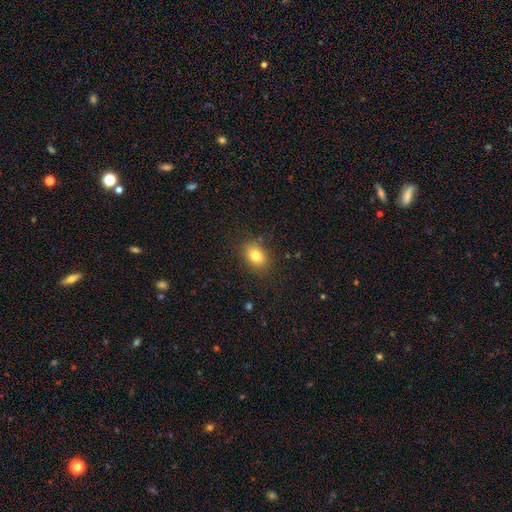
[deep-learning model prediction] Smooth or featured?
  - smooth: 81% *
  - star or artifact: 10%
  - featured or disk: 9%
How rounded?
  - in between: 71% *
  - round: 28%
  - cigar-shaped: 1%
Merging?
  - none: 84% *
  - minor disturbance: 11%
  - major disturbance: 3%
  - merger: 2%